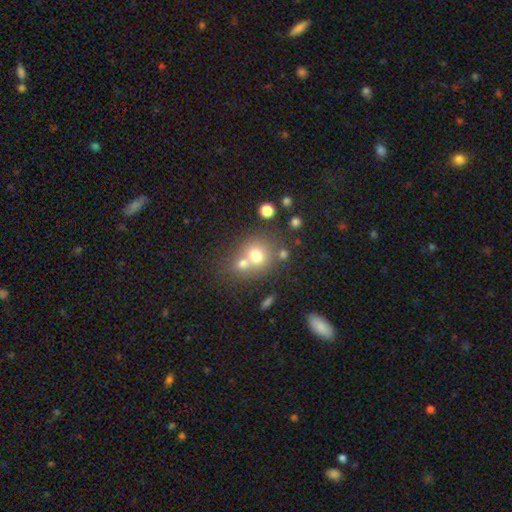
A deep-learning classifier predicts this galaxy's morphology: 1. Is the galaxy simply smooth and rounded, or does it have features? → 70% smooth, 17% featured or disk, 14% star or artifact.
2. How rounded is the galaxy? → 78% round, 21% in between, 1% cigar-shaped.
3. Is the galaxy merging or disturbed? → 47% merger, 41% none, 8% minor disturbance, 4% major disturbance.